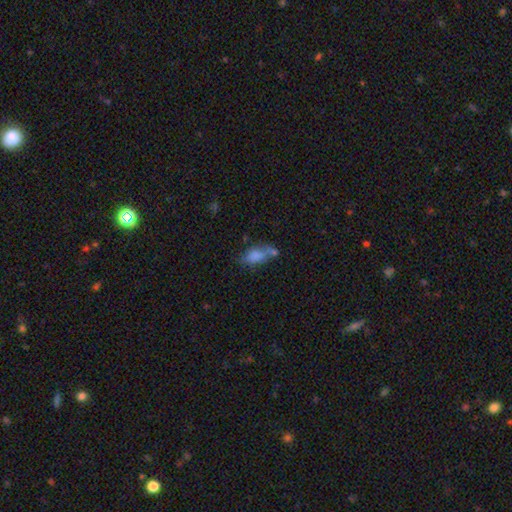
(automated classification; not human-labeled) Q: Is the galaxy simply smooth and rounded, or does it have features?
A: smooth — 74%.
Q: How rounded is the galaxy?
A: in between — 85%.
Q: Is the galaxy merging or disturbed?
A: none — 38%.